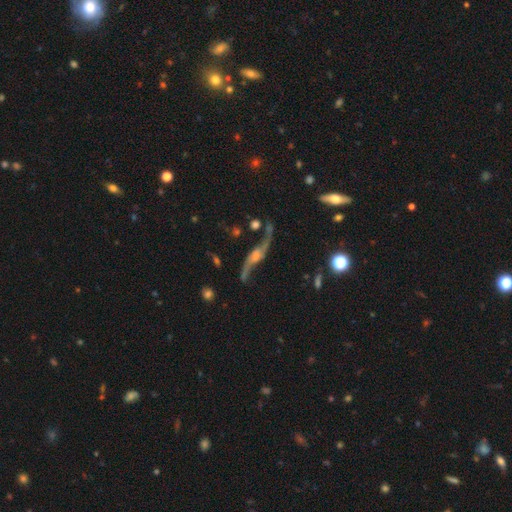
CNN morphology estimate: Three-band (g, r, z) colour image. It shows a featured or disk galaxy (85%) with no bar (52%), 2 (93%) loose (92%) spiral arms (94%) and a small central bulge (37%). Merging: none (63%).